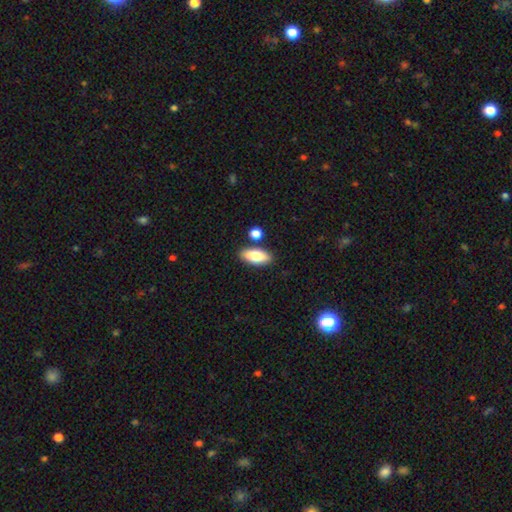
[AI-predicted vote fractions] smooth 79%, featured or disk 14%, star or artifact 7%. Down the decision tree: how rounded — in between (85%); merging — none (82%).